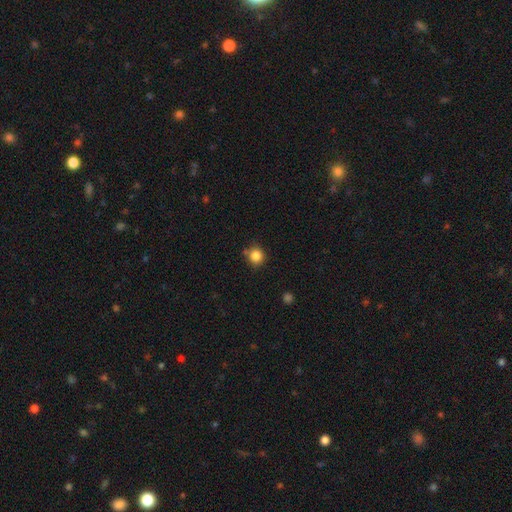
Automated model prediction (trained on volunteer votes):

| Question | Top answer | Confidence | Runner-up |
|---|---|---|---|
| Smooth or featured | smooth | 84% | star or artifact (11%) |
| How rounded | round | 91% | in between (8%) |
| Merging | none | 80% | minor disturbance (11%) |